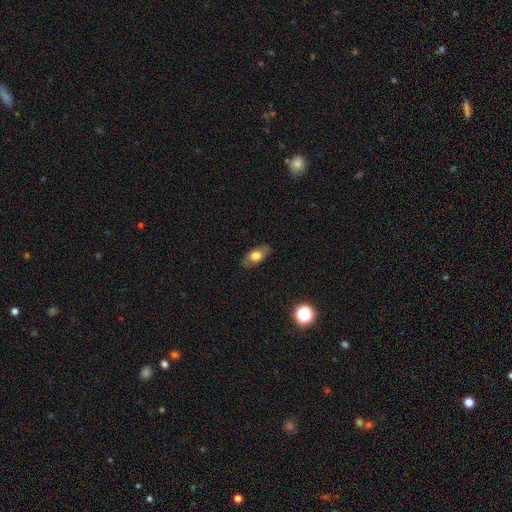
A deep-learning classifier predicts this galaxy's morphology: The model was most divided on "smooth or featured": smooth: 70%, featured or disk: 22%, star or artifact: 8%. More confident: how rounded — in between (86%); merging — none (84%).